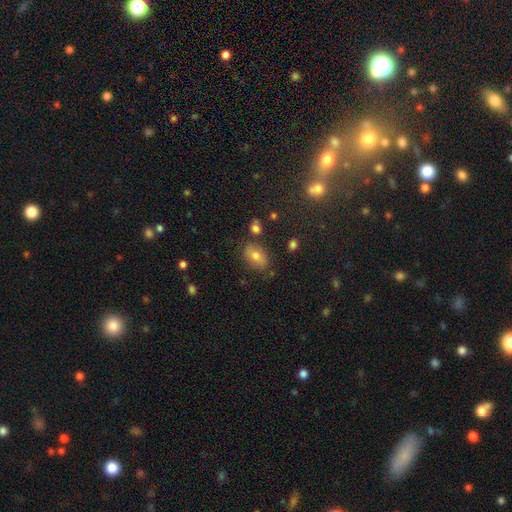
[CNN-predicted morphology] Smooth or featured? Predicted: smooth (p=0.69). How rounded? Predicted: in between (p=0.85). Merging? Predicted: none (p=0.80).